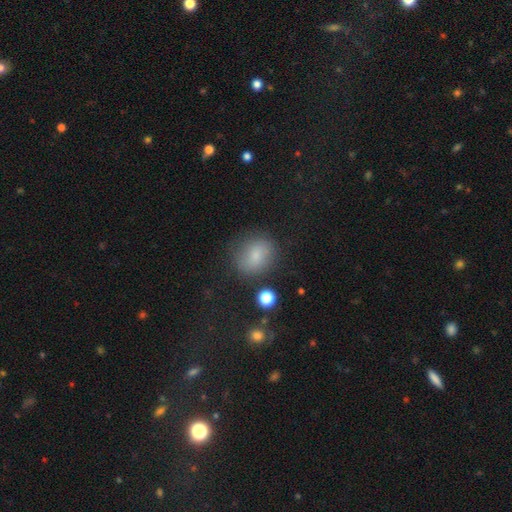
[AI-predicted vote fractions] The model was most divided on "how rounded": round: 60%, in between: 39%, cigar-shaped: 1%. More confident: smooth or featured — smooth (78%); merging — none (76%).